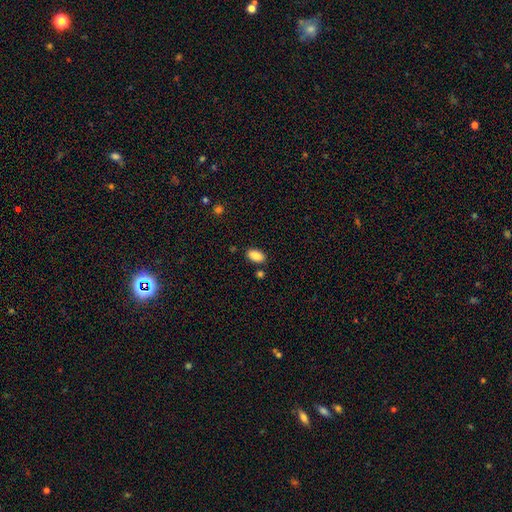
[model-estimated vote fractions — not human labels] smooth_or_featured: smooth (p=0.88) [alt: star or artifact p=0.08]
how_rounded: in between (p=0.92) [alt: round p=0.04]
merging: none (p=0.83) [alt: minor disturbance p=0.10]